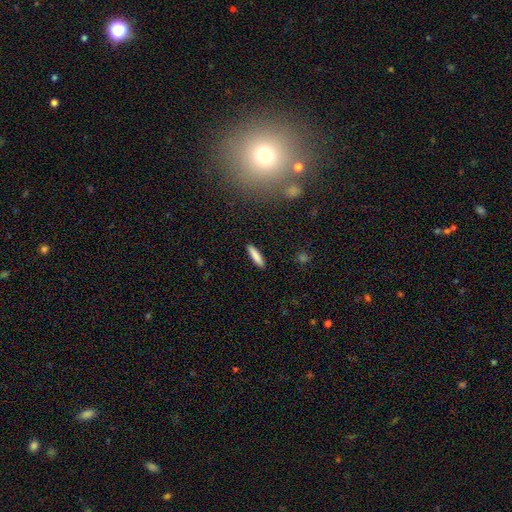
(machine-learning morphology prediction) Smooth or featured? Predicted: smooth (p=0.83). How rounded? Predicted: cigar-shaped (p=0.82). Merging? Predicted: none (p=0.90).